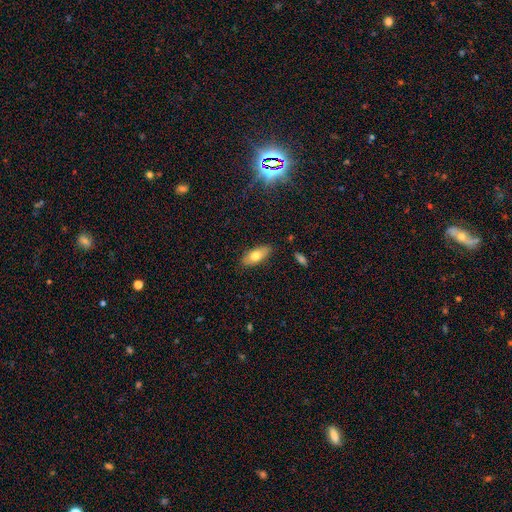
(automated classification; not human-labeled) Smooth or featured: smooth — 72% (featured or disk — 20%)
How rounded: in between — 83% (cigar-shaped — 14%)
Merging: none — 84% (minor disturbance — 12%)